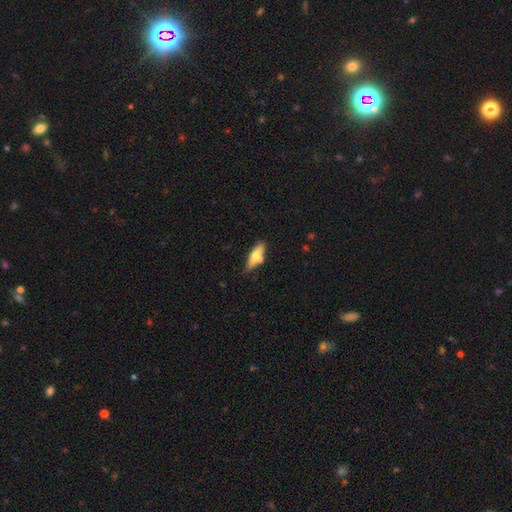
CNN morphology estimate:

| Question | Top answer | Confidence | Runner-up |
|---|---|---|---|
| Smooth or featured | smooth | 62% | featured or disk (31%) |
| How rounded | cigar-shaped | 49% | in between (48%) |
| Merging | none | 57% | minor disturbance (22%) |